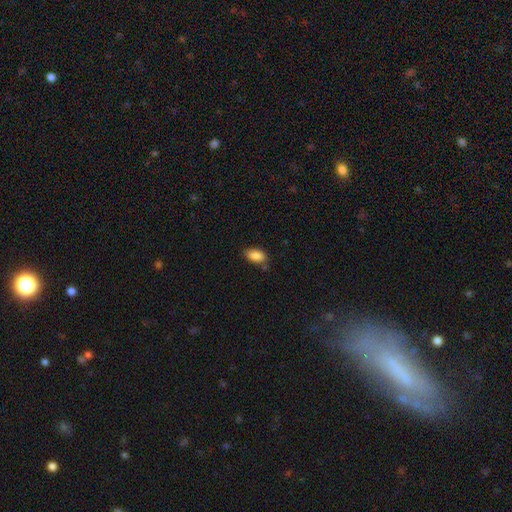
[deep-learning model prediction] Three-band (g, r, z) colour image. It shows a smooth galaxy with no disk features (88%) that is in between round and cigar-shaped (92%). Merging: none (76%).